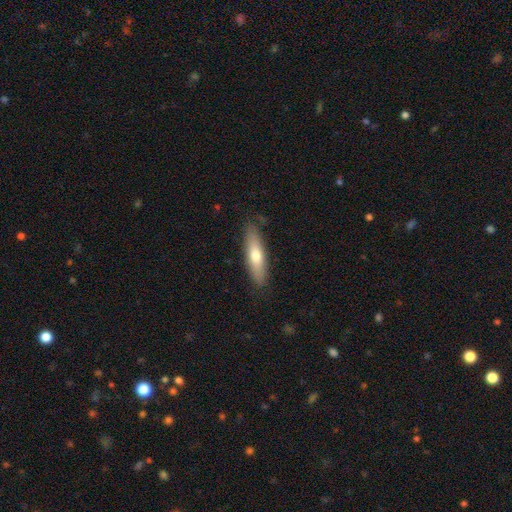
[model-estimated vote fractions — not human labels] Smooth or featured? Predicted: smooth (p=0.65). How rounded? Predicted: cigar-shaped (p=0.67). Merging? Predicted: none (p=0.84).